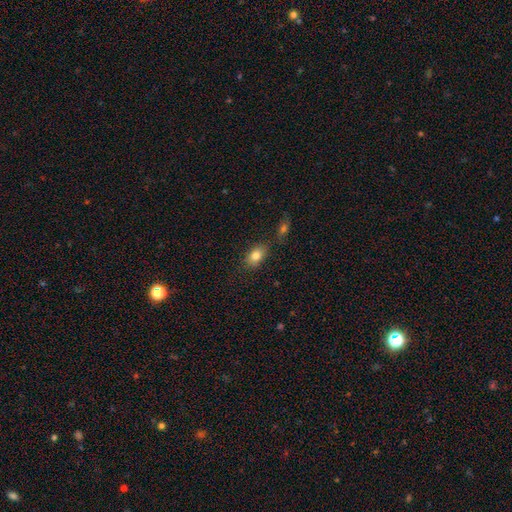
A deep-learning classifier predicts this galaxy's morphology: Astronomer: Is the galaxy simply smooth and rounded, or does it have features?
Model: smooth — 81%.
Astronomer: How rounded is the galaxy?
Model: in between — 82%.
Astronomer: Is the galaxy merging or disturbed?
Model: none — 76%.